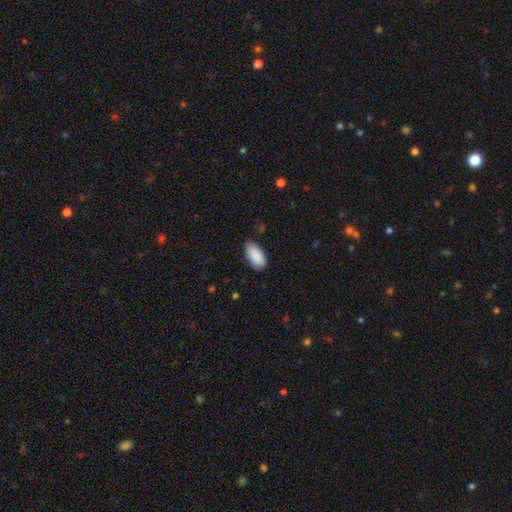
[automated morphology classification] This is clearly a smooth galaxy (90%). How rounded: clearly in between (94%). Merging: clearly none (86%).